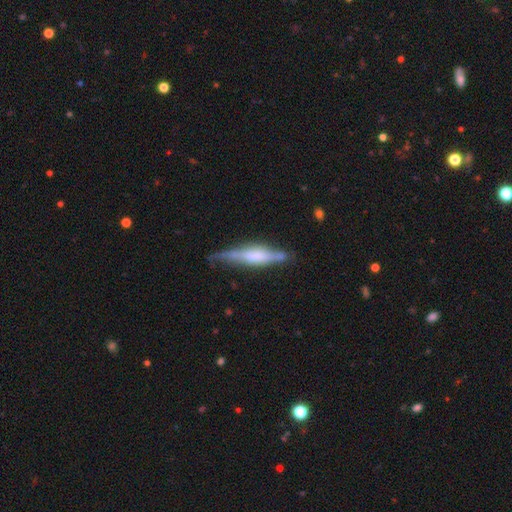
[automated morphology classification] Q: Smooth or featured?
A: featured or disk (62%); runner-up: smooth (32%)
Q: Edge-on disk?
A: yes (90%); runner-up: no (10%)
Q: Edge-on bulge?
A: boxy (45%); runner-up: rounded (40%)
Q: Merging?
A: none (58%); runner-up: minor disturbance (29%)